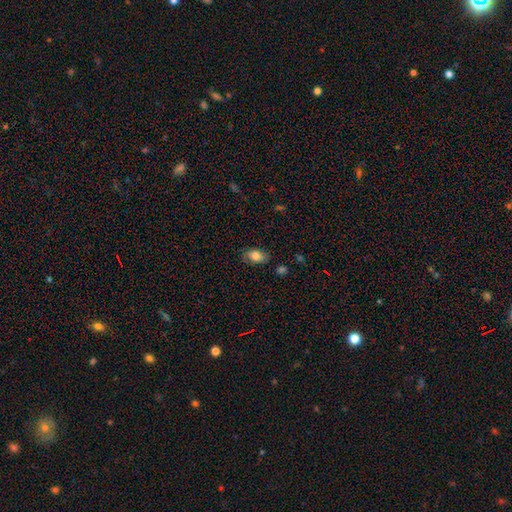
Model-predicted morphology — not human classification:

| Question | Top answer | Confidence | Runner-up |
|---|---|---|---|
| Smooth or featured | smooth | 78% | featured or disk (14%) |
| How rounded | in between | 88% | round (10%) |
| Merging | none | 78% | minor disturbance (16%) |